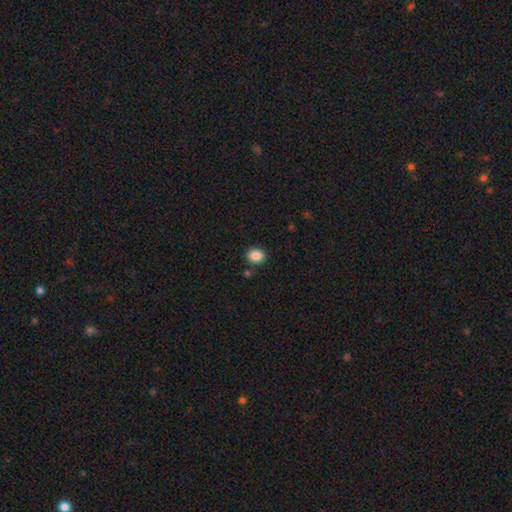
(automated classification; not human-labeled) Morphology: type=smooth (87%); roundness=round (58%); merging=none (84%).